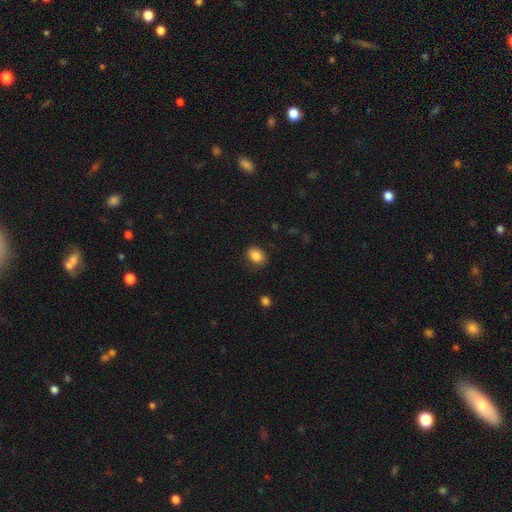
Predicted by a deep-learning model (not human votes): Smooth or featured: smooth — 86% (star or artifact — 9%)
How rounded: in between — 68% (round — 31%)
Merging: none — 84% (minor disturbance — 12%)